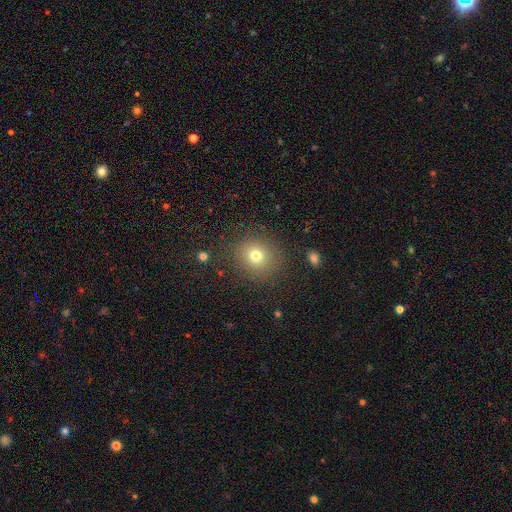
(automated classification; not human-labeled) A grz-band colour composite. It shows a smooth galaxy with no disk features (75%) that is round (85%). Merging: none (86%).